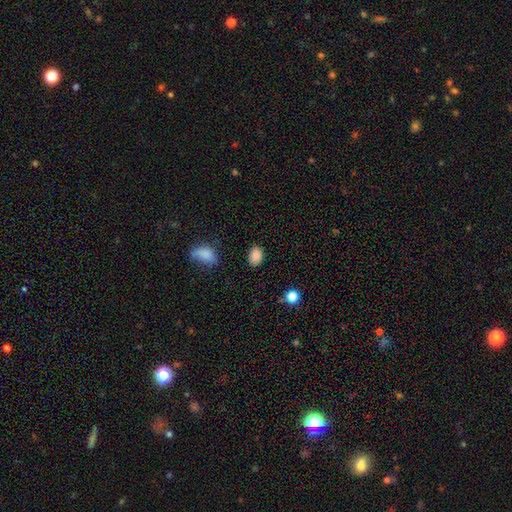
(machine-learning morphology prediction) Q: Smooth or featured?
A: smooth (87%); runner-up: star or artifact (9%)
Q: How rounded?
A: in between (83%); runner-up: round (16%)
Q: Merging?
A: none (82%); runner-up: minor disturbance (12%)